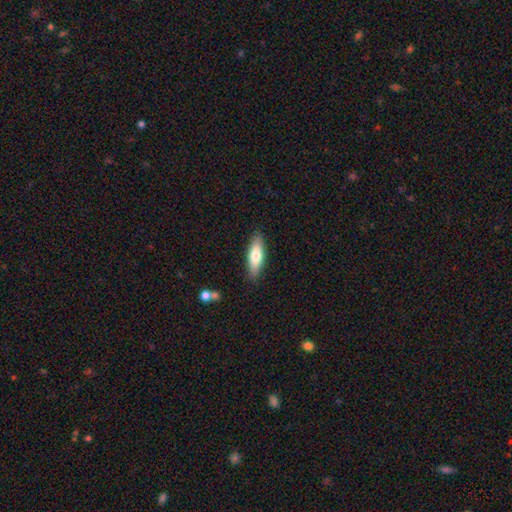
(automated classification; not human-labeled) Smooth or featured?
  - smooth: 70% *
  - featured or disk: 24%
  - star or artifact: 6%
How rounded?
  - cigar-shaped: 50% *
  - in between: 48%
  - round: 2%
Merging?
  - none: 88% *
  - minor disturbance: 8%
  - major disturbance: 2%
  - merger: 1%